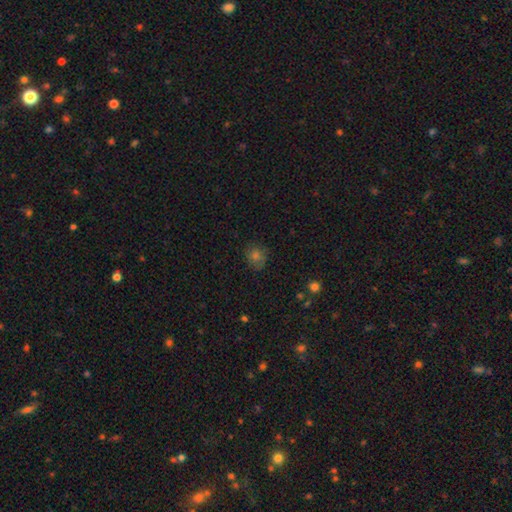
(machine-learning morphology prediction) Smooth or featured: smooth — 67% (star or artifact — 22%)
How rounded: round — 79% (in between — 20%)
Merging: none — 80% (minor disturbance — 15%)